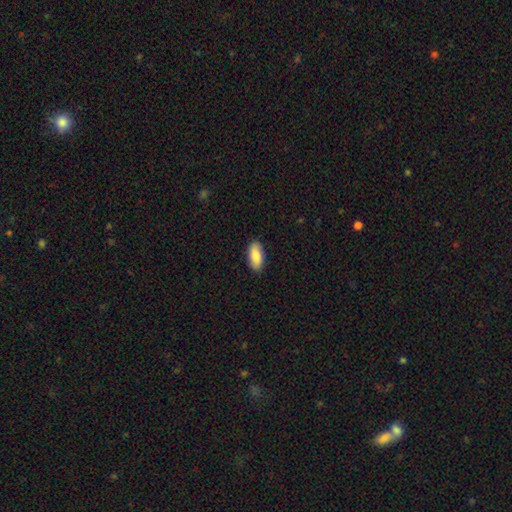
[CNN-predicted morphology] Q: Smooth or featured?
A: smooth (86%); runner-up: featured or disk (8%)
Q: How rounded?
A: in between (90%); runner-up: cigar-shaped (7%)
Q: Merging?
A: none (89%); runner-up: minor disturbance (8%)